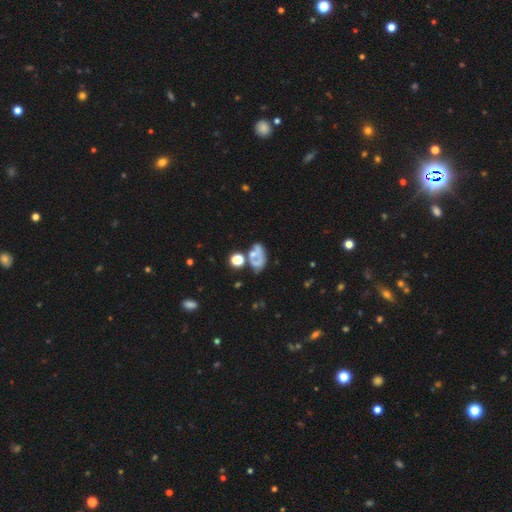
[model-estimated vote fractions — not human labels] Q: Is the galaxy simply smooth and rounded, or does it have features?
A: featured or disk — 43%.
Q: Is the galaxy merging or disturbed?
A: none — 31%.